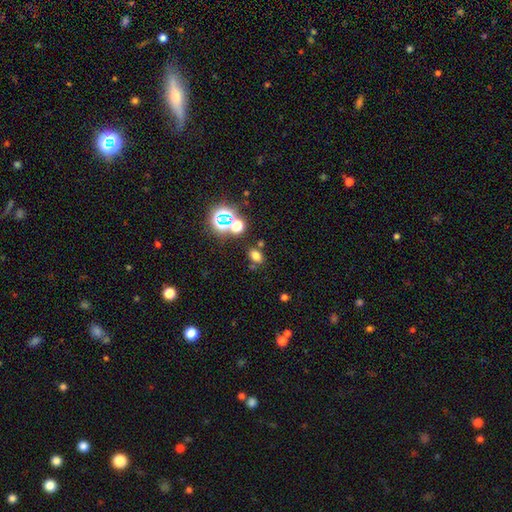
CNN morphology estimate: Smooth or featured?
  - smooth: 69% *
  - star or artifact: 24%
  - featured or disk: 7%
How rounded?
  - in between: 72% *
  - round: 27%
  - cigar-shaped: 2%
Merging?
  - none: 74% *
  - merger: 11%
  - minor disturbance: 11%
  - major disturbance: 4%